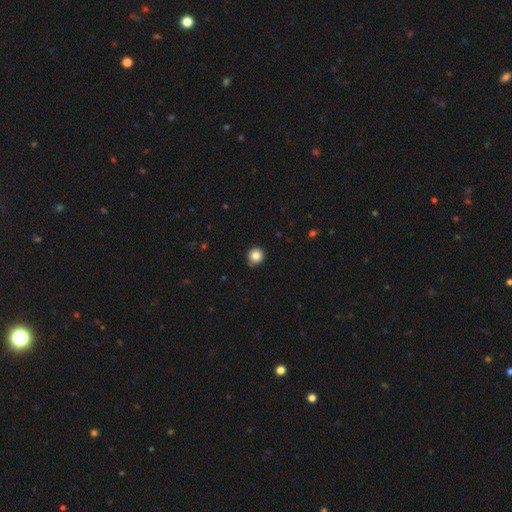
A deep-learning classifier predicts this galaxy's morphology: This appears to be a smooth galaxy with no disk features (84%) that is round (93%). Merging: none (85%).